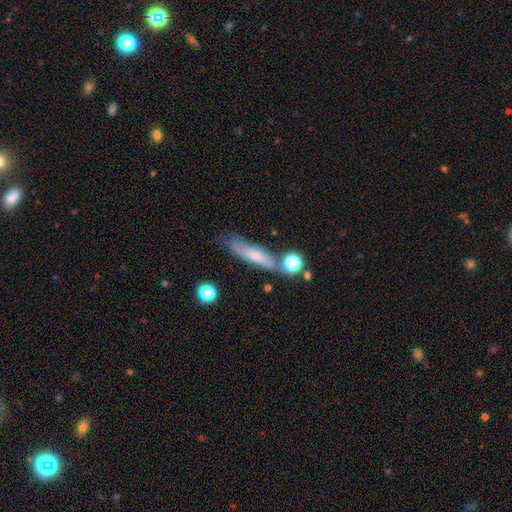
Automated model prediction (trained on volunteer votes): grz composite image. It shows a smooth galaxy with no disk features (58%) that is cigar-shaped (75%). Merging: none (61%).